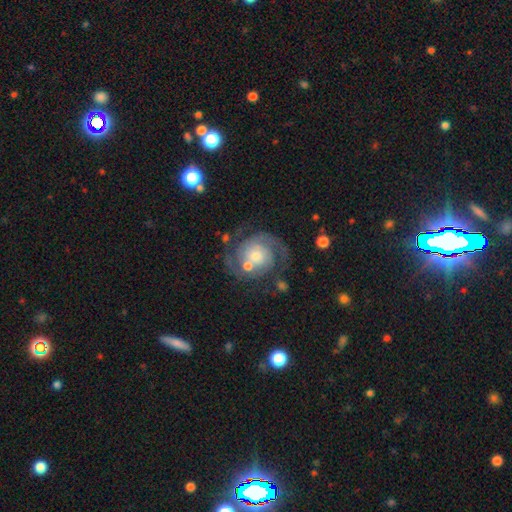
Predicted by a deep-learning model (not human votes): featured or disk 86%, smooth 8%, star or artifact 6%. Down the decision tree: edge-on disk — no (98%); bar — no (72%); spiral arms — yes (97%); spiral arm count — 2 (85%); spiral winding — medium (45%); bulge size — small (43%); merging — none (67%).